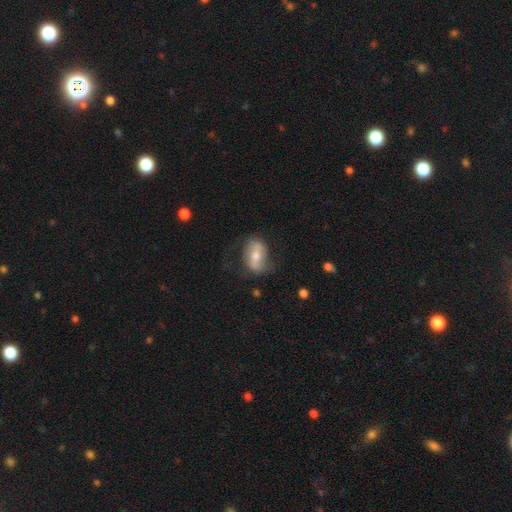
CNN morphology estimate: Q: Smooth or featured?
A: featured or disk (54%); runner-up: smooth (39%)
Q: Edge-on disk?
A: no (91%); runner-up: yes (9%)
Q: Merging?
A: none (64%); runner-up: minor disturbance (22%)